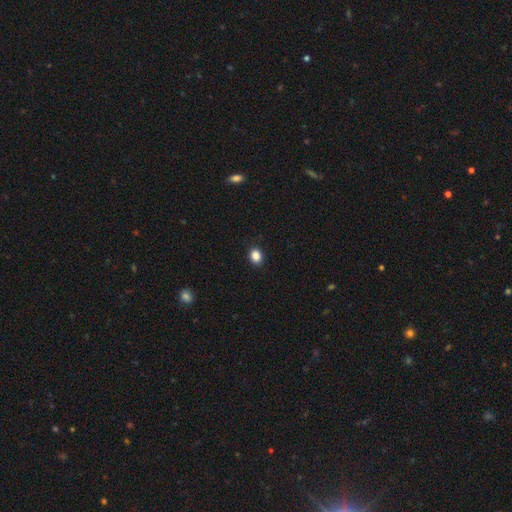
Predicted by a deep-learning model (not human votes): A smooth galaxy with no disk features (86%) that is round (53%). Merging: none (90%).